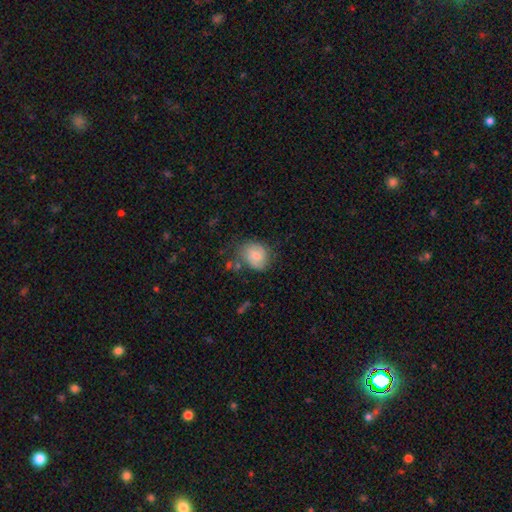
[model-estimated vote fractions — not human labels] A smooth galaxy with no disk features (58%) that is round (56%). Merging: none (61%).